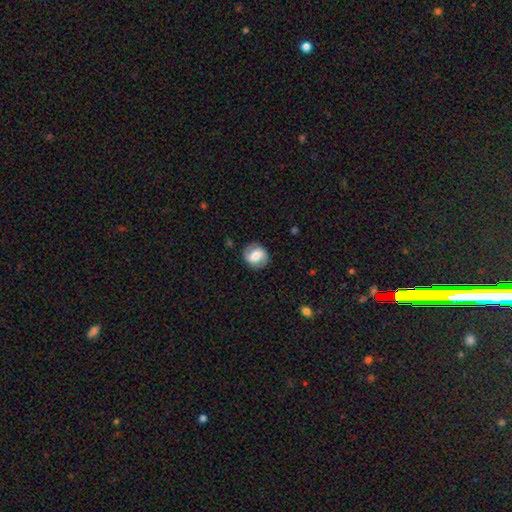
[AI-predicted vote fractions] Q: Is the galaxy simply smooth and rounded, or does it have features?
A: smooth — 50%.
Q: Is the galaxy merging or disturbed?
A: none — 85%.